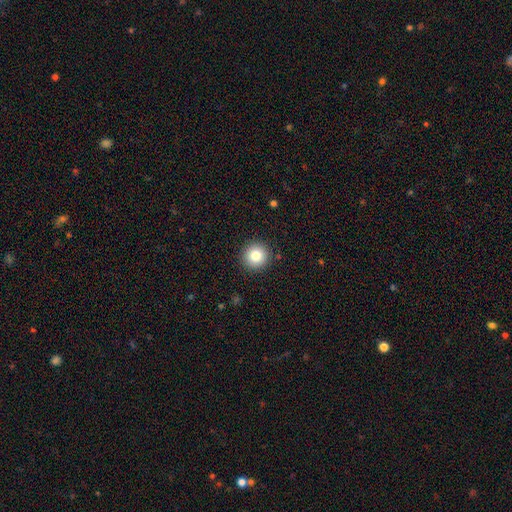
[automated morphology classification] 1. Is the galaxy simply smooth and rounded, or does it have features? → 82% smooth, 11% star or artifact, 8% featured or disk.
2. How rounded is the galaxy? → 95% round, 4% in between, 1% cigar-shaped.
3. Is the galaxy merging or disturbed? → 91% none, 6% minor disturbance, 2% major disturbance, 1% merger.